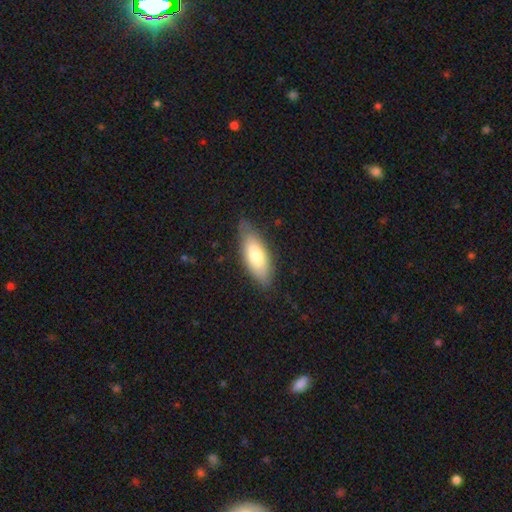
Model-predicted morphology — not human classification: A smooth galaxy with no disk features (72%) that is in between round and cigar-shaped (76%). Merging: none (77%).